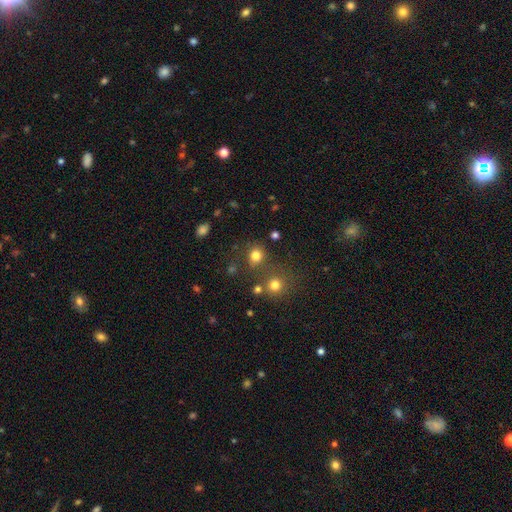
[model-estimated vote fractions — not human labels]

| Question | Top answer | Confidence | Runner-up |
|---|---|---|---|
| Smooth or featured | smooth | 77% | star or artifact (17%) |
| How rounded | round | 81% | in between (17%) |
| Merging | none | 71% | merger (13%) |